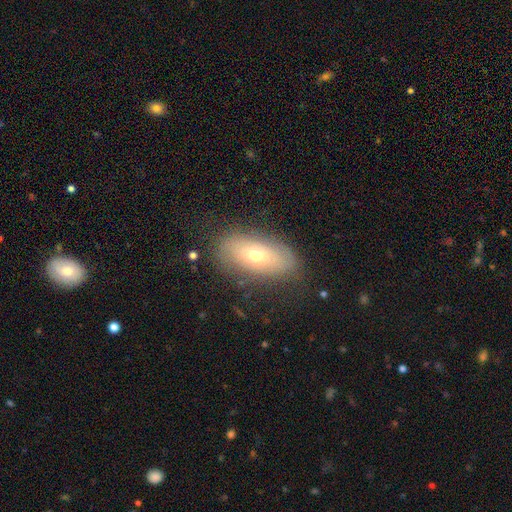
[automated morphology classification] Smooth or featured? smooth (57%)
How rounded? in between (86%)
Merging? none (77%)